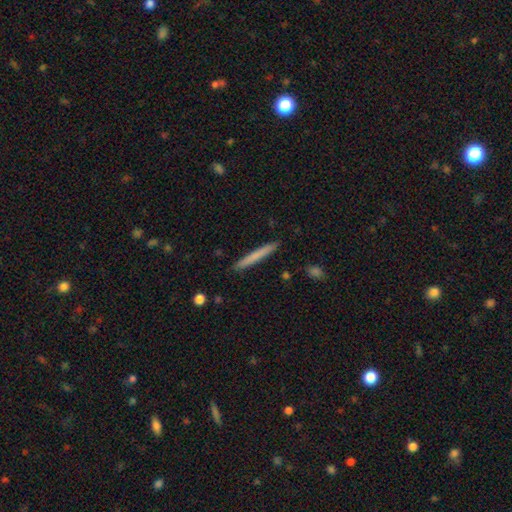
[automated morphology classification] This appears to be a smooth galaxy with no disk features (69%) that is cigar-shaped (97%). Merging: none (92%).